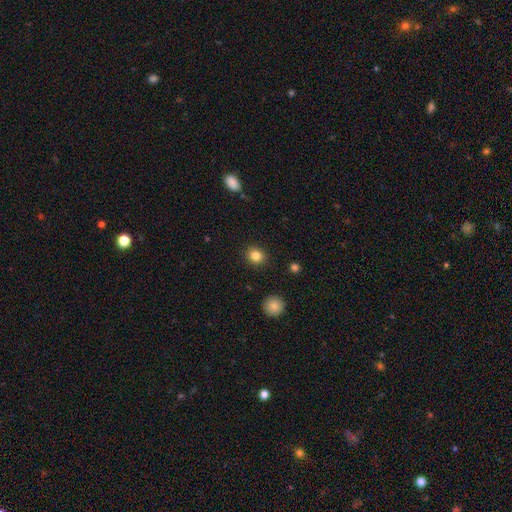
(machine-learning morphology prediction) Smooth or featured? Predicted: smooth (p=0.83). How rounded? Predicted: round (p=0.76). Merging? Predicted: none (p=0.90).